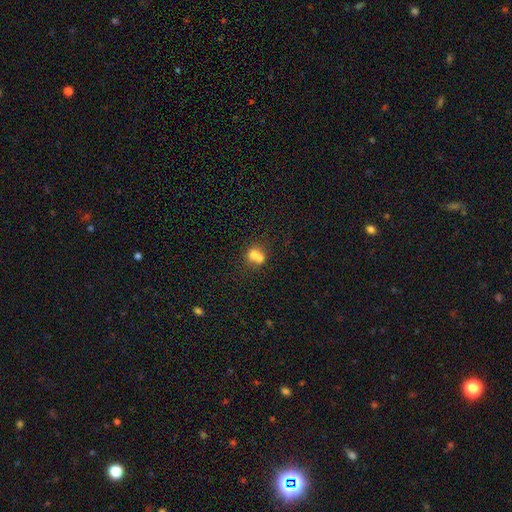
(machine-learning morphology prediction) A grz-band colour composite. It shows a smooth galaxy with no disk features (69%) that is round (78%). Merging: merger (64%).